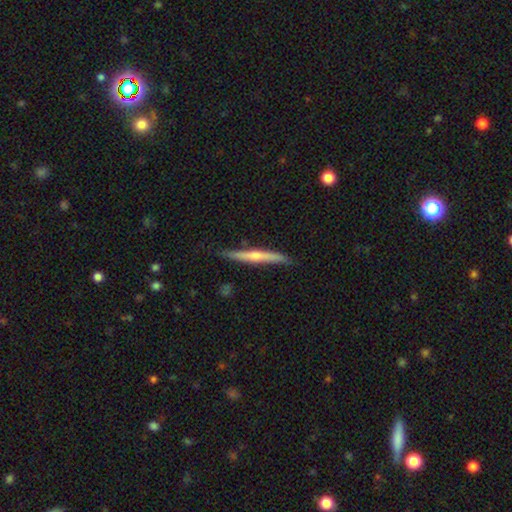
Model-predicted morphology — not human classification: smooth_or_featured: featured or disk (p=0.68) [alt: smooth p=0.24]
disk_edge_on: yes (p=0.97) [alt: no p=0.03]
edge_on_bulge: rounded (p=0.73) [alt: none p=0.21]
merging: none (p=0.85) [alt: minor disturbance p=0.11]